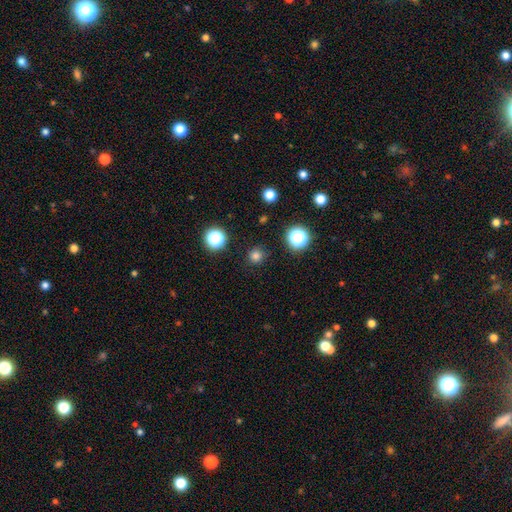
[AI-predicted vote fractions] smooth_or_featured: smooth (p=0.77) [alt: star or artifact p=0.19]
how_rounded: round (p=0.94) [alt: in between p=0.05]
merging: none (p=0.89) [alt: minor disturbance p=0.07]